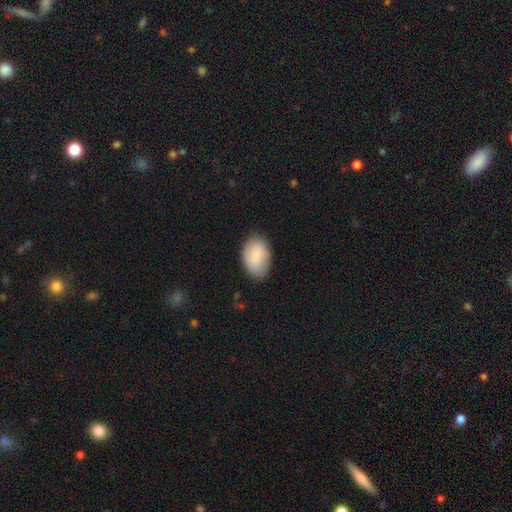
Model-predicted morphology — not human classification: Smooth or featured? Predicted: smooth (p=0.79). How rounded? Predicted: in between (p=0.88). Merging? Predicted: none (p=0.77).